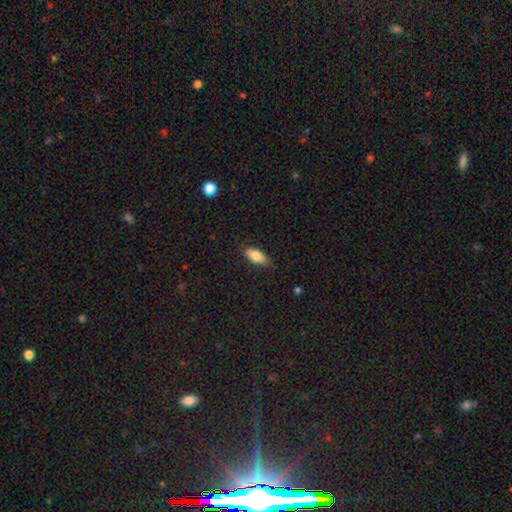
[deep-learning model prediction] Q: Smooth or featured?
A: smooth (80%); runner-up: featured or disk (14%)
Q: How rounded?
A: in between (84%); runner-up: cigar-shaped (14%)
Q: Merging?
A: none (81%); runner-up: minor disturbance (16%)